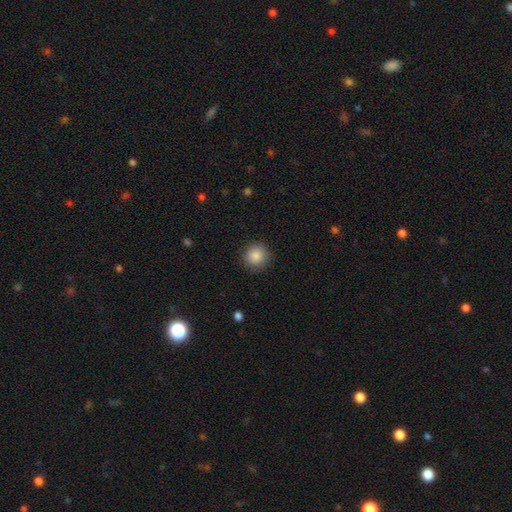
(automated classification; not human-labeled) Smooth or featured? smooth (87%)
How rounded? round (94%)
Merging? none (89%)